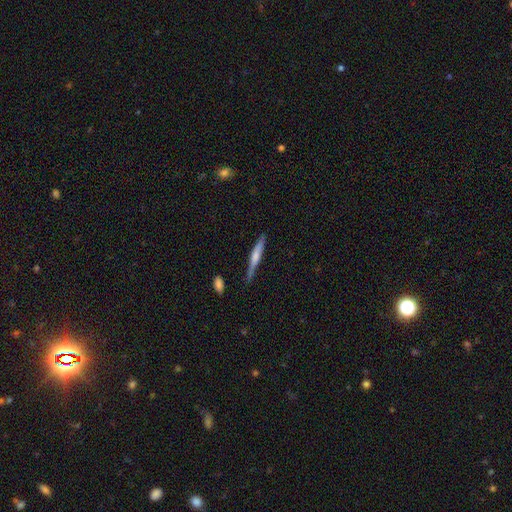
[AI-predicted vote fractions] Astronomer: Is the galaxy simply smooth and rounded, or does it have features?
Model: smooth — 50% (runner-up: featured or disk, 45%).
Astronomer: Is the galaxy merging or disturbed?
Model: none — 77%.